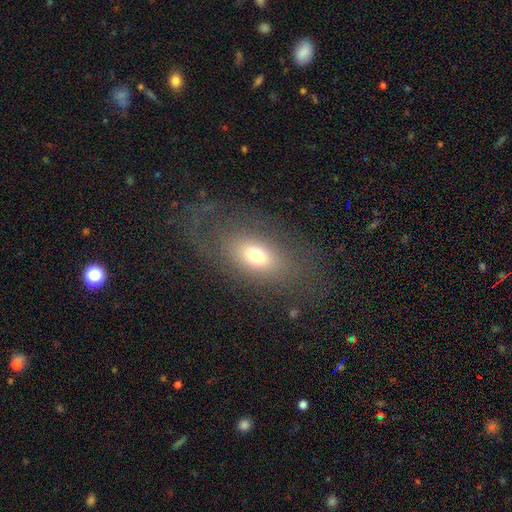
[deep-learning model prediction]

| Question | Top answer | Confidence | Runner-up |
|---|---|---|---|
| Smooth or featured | smooth | 68% | featured or disk (19%) |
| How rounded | in between | 80% | round (15%) |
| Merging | none | 69% | major disturbance (16%) |